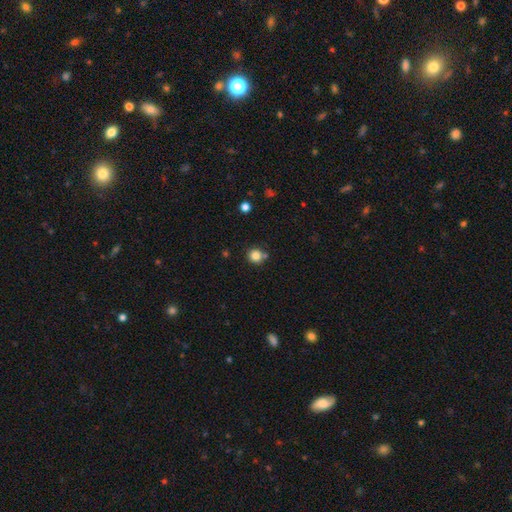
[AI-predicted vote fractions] Smooth or featured? Predicted: smooth (p=0.83). How rounded? Predicted: round (p=0.91). Merging? Predicted: none (p=0.77).